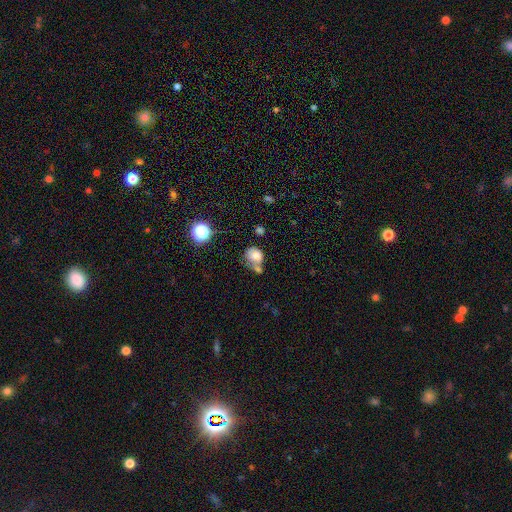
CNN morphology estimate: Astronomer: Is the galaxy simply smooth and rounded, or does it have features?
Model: smooth — 74%.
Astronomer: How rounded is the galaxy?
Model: round — 63%.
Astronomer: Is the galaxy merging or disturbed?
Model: none — 38% (runner-up: merger, 35%).